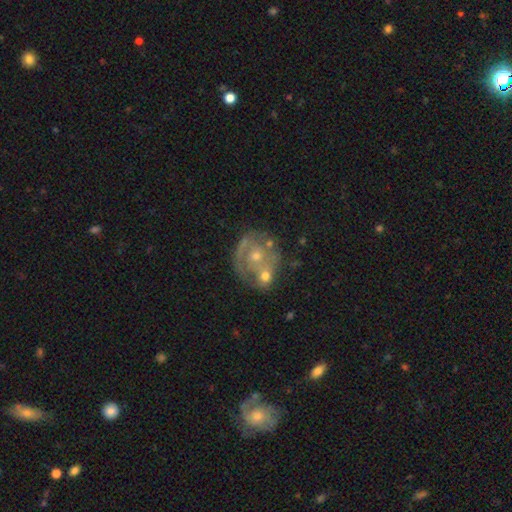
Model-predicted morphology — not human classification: smooth_or_featured: featured or disk (p=0.68) [alt: smooth p=0.24]
disk_edge_on: no (p=0.97) [alt: yes p=0.03]
bar: no (p=0.80) [alt: weak p=0.16]
has_spiral_arms: yes (p=0.52) [alt: no p=0.48]
bulge_size: small (p=0.47) [alt: moderate p=0.46]
merging: none (p=0.41) [alt: merger p=0.32]